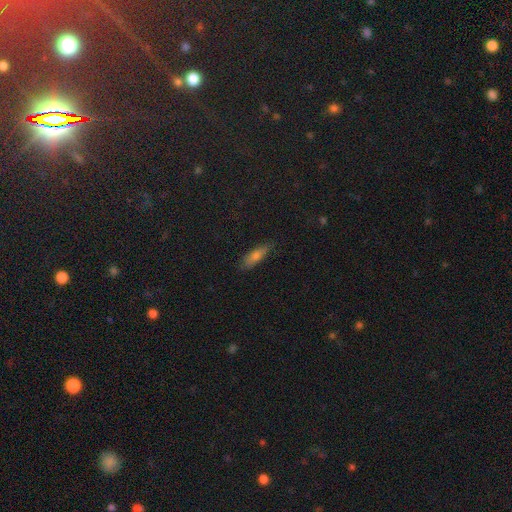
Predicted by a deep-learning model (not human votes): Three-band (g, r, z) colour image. It shows a smooth galaxy with no disk features (70%) that is cigar-shaped (53%). Merging: none (83%).